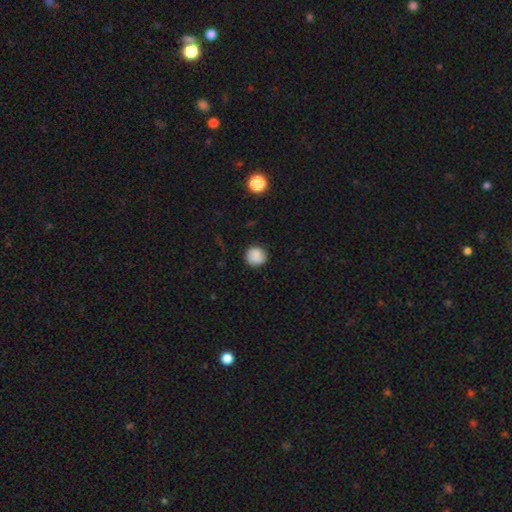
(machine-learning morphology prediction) This is clearly a smooth galaxy (87%). How rounded: clearly round (90%). Merging: clearly none (85%).